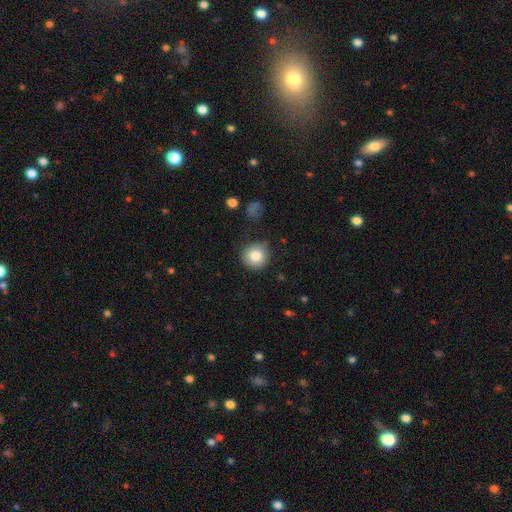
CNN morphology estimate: This appears to be a smooth galaxy with no disk features (83%) that is round (93%). Merging: none (83%).